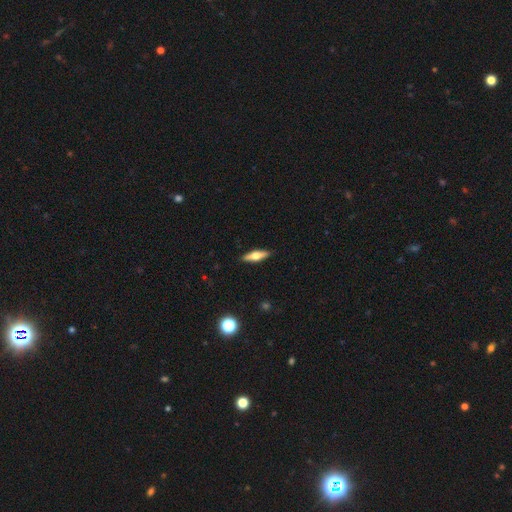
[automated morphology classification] This is possibly a featured or disk galaxy (49%). Merging: clearly none (90%).